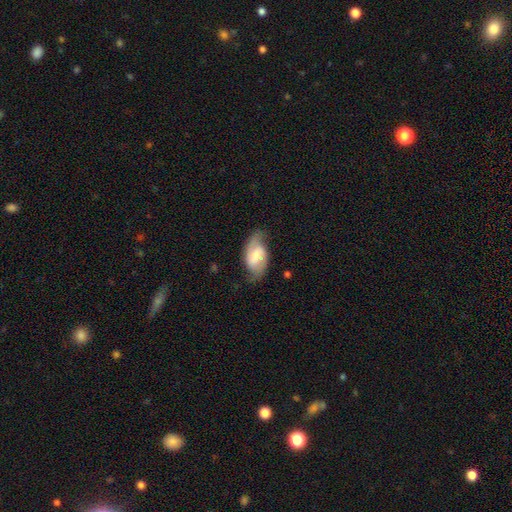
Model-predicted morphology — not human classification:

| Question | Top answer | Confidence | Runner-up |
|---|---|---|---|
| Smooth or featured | featured or disk | 65% | smooth (29%) |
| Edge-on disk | no | 95% | yes (5%) |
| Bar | weak | 50% | no (27%) |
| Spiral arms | yes | 90% | no (10%) |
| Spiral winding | medium | 44% | loose (37%) |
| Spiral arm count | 2 | 88% | can't tell (6%) |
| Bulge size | moderate | 38% | small (34%) |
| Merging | none | 69% | minor disturbance (22%) |